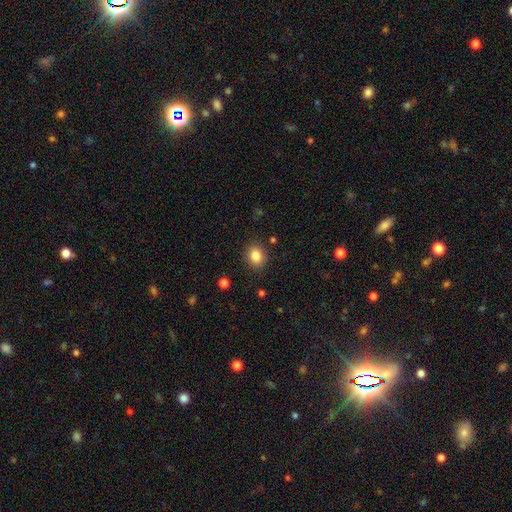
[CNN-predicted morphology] Smooth or featured?
  - smooth: 84% *
  - star or artifact: 10%
  - featured or disk: 6%
How rounded?
  - round: 63% *
  - in between: 36%
  - cigar-shaped: 1%
Merging?
  - none: 87% *
  - minor disturbance: 9%
  - major disturbance: 3%
  - merger: 2%